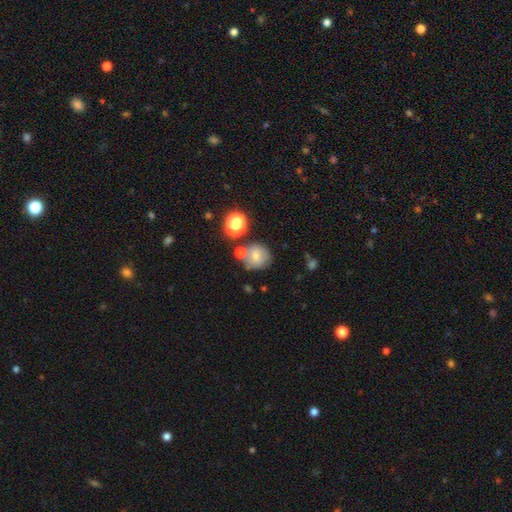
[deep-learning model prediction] The model was most divided on "merging": none: 59%, merger: 22%, minor disturbance: 13%, major disturbance: 5%. More confident: how rounded — round (85%); smooth or featured — smooth (70%).